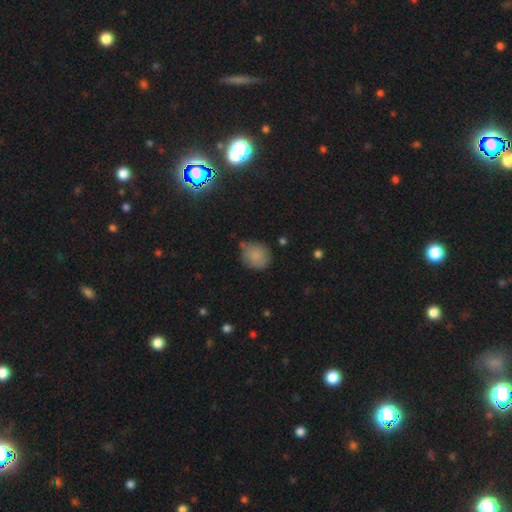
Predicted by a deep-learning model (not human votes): Q: Smooth or featured?
A: smooth (84%); runner-up: star or artifact (9%)
Q: How rounded?
A: round (77%); runner-up: in between (22%)
Q: Merging?
A: none (67%); runner-up: minor disturbance (23%)